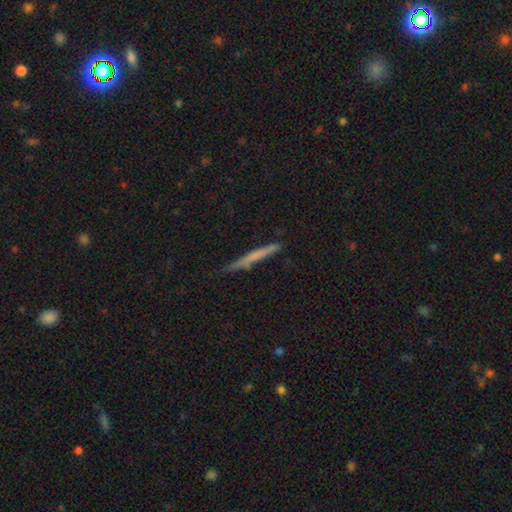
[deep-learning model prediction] This is possibly a smooth galaxy (56%). How rounded: clearly cigar-shaped (96%). Merging: clearly none (84%).